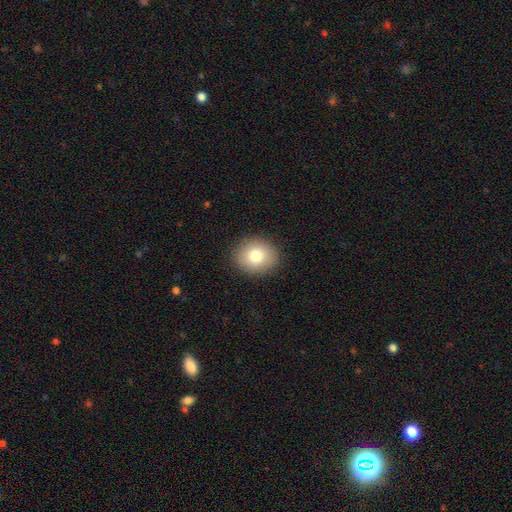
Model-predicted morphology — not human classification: A smooth galaxy with no disk features (79%) that is round (71%). Merging: none (90%).